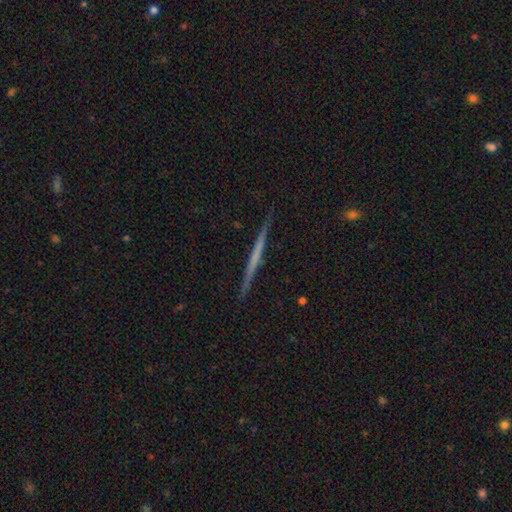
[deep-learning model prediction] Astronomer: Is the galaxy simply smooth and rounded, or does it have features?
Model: featured or disk — 59% (runner-up: smooth, 35%).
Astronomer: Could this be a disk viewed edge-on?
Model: yes — 98%.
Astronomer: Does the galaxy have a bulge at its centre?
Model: none — 89%.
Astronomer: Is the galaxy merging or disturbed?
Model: none — 92%.